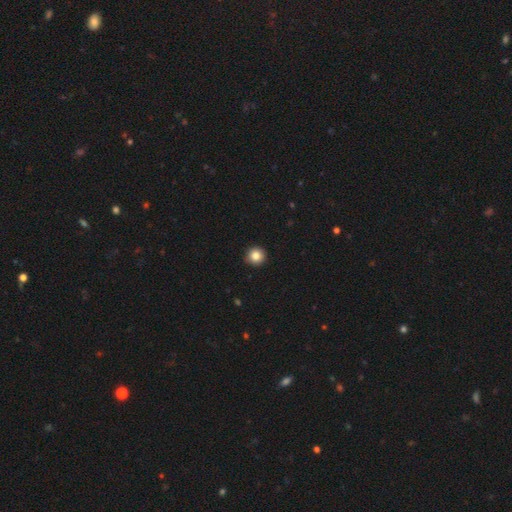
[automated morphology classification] Smooth or featured?
  - smooth: 84% *
  - star or artifact: 10%
  - featured or disk: 5%
How rounded?
  - round: 94% *
  - in between: 5%
  - cigar-shaped: 1%
Merging?
  - none: 92% *
  - minor disturbance: 5%
  - major disturbance: 1%
  - merger: 1%